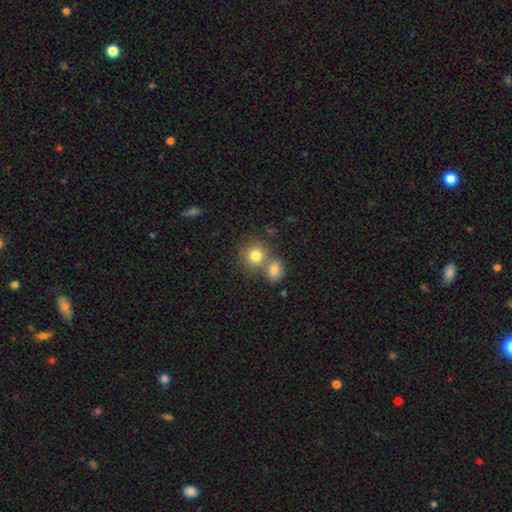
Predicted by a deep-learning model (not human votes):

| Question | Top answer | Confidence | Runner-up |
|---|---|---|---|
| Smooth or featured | smooth | 79% | featured or disk (11%) |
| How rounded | round | 83% | in between (16%) |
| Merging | none | 47% | merger (42%) |